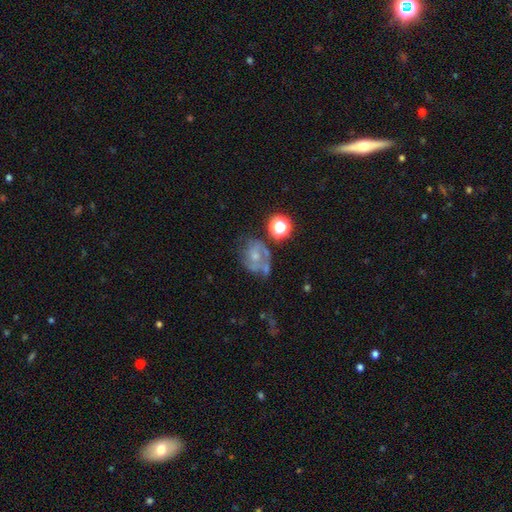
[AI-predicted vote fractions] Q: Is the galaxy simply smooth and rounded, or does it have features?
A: featured or disk — 59%.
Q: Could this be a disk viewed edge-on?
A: no — 97%.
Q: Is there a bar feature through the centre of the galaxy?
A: no — 72%.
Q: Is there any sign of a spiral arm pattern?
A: yes — 70%.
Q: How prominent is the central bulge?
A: small — 42%.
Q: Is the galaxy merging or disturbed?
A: none — 40%.